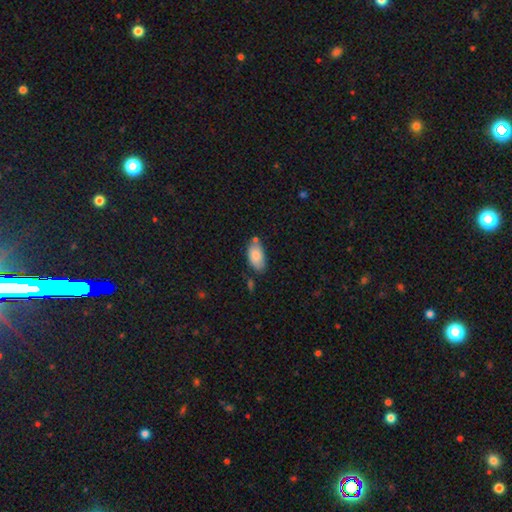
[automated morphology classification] A smooth galaxy with no disk features (83%) that is in between round and cigar-shaped (94%).

Vote fractions:
- Smooth or featured? smooth: 83% / featured or disk: 10% / star or artifact: 7%
- How rounded? in between: 94% / round: 3% / cigar-shaped: 3%
- Merging? none: 63% / minor disturbance: 22% / merger: 11% / major disturbance: 4%